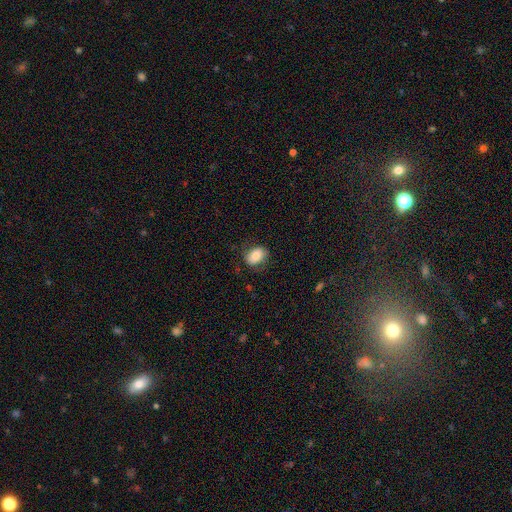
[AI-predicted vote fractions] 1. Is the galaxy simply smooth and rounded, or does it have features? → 80% smooth, 12% featured or disk, 8% star or artifact.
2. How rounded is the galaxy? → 76% in between, 23% round, 1% cigar-shaped.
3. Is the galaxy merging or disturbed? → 73% none, 19% minor disturbance, 7% major disturbance, 1% merger.